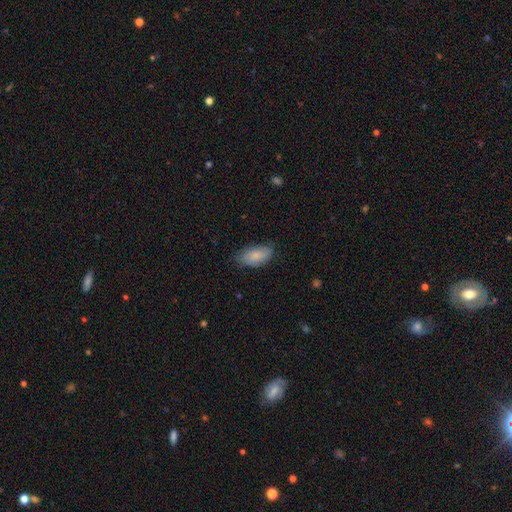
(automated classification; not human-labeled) A smooth galaxy with no disk features (80%) that is in between round and cigar-shaped (92%). Merging: none (72%).